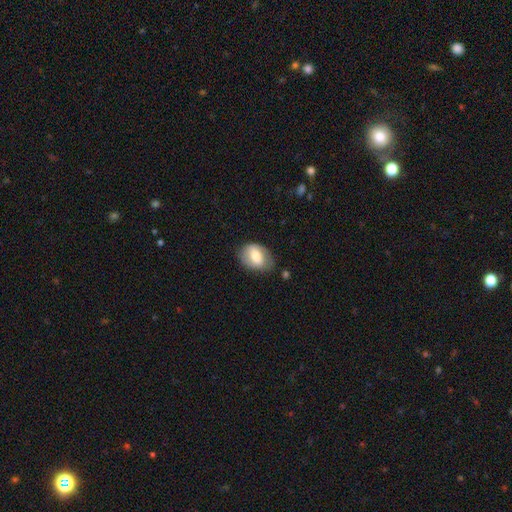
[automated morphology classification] Smooth or featured? smooth (67%)
How rounded? in between (73%)
Merging? none (68%)